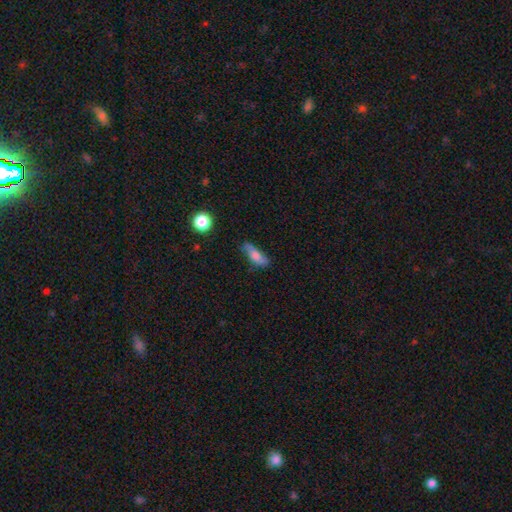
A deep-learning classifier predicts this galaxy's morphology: Smooth or featured: smooth — 70% (featured or disk — 22%)
How rounded: in between — 57% (cigar-shaped — 39%)
Merging: none — 56% (minor disturbance — 32%)